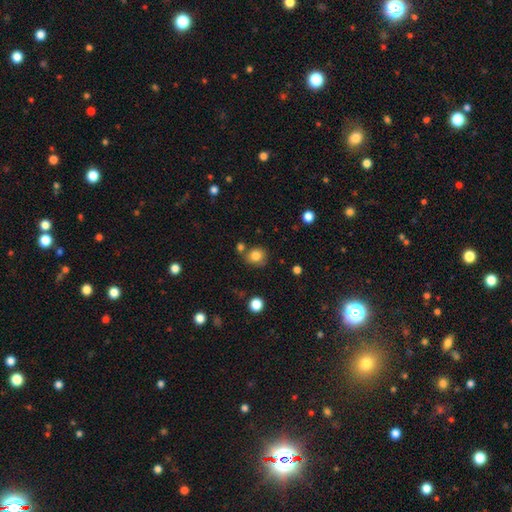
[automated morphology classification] A smooth galaxy with no disk features (82%) that is round (80%).

Vote fractions:
- Smooth or featured? smooth: 82% / star or artifact: 11% / featured or disk: 7%
- How rounded? round: 80% / in between: 19% / cigar-shaped: 1%
- Merging? none: 73% / minor disturbance: 13% / merger: 10% / major disturbance: 4%